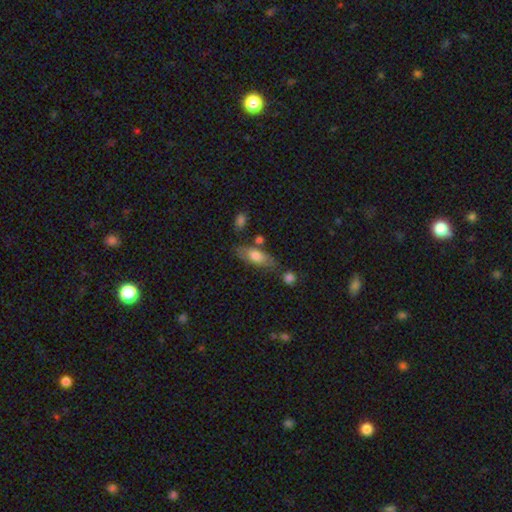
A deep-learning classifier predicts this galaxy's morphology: The model was most divided on "merging": none: 65%, minor disturbance: 19%, merger: 10%, major disturbance: 6%. More confident: how rounded — in between (75%); smooth or featured — smooth (70%).